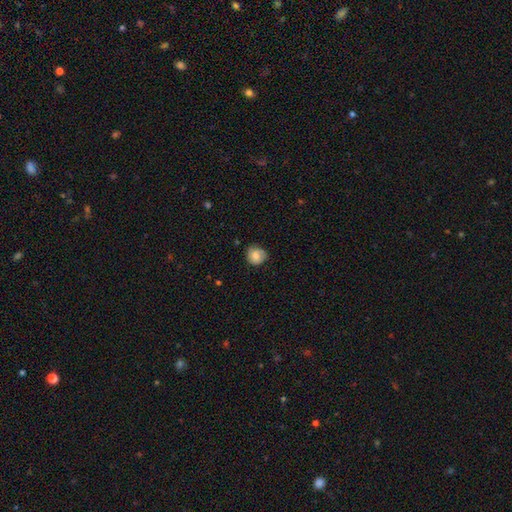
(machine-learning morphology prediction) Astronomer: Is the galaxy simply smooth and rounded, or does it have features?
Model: smooth — 67%.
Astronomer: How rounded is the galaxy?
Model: round — 82%.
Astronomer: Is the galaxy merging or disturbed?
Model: none — 69%.